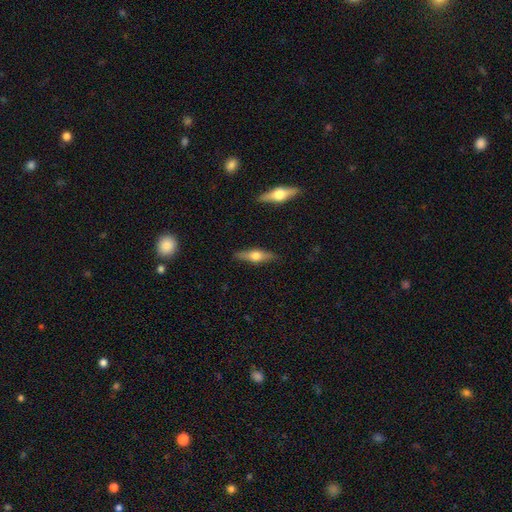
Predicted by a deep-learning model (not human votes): This appears to be a featured or disk galaxy (60%) viewed edge-on (95%) with a rounded central bulge (94%). Merging: none (88%).